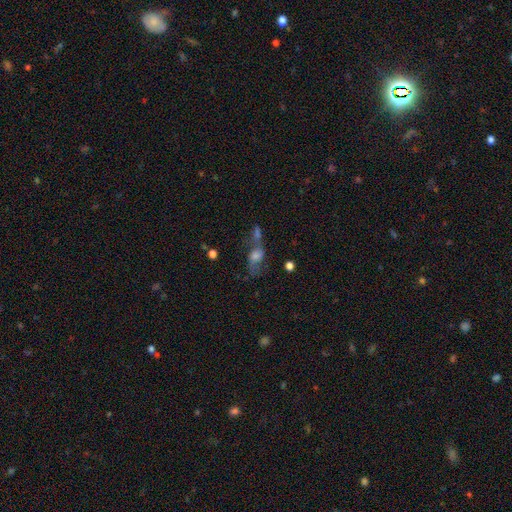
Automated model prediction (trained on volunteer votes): A featured or disk galaxy (48%).

Vote fractions:
- Smooth or featured? featured or disk: 48% / smooth: 34% / star or artifact: 18%
- Merging? merger: 35% / none: 33% / major disturbance: 17% / minor disturbance: 15%